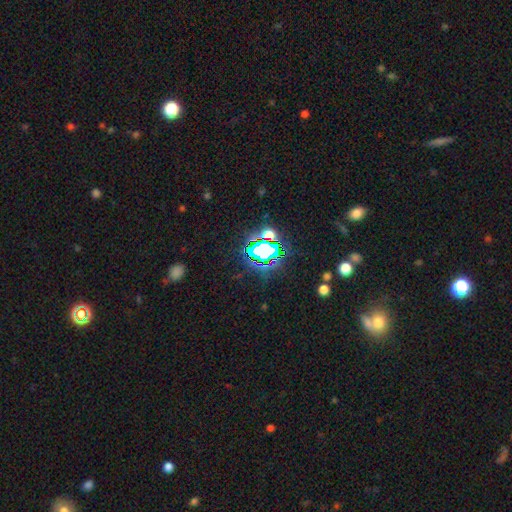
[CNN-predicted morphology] This is likely a star or artifact rather than a galaxy (78%).